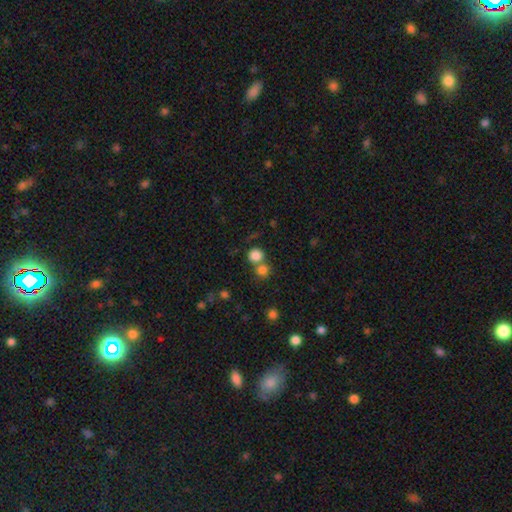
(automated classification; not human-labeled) smooth 82%, star or artifact 12%, featured or disk 6%. Down the decision tree: how rounded — round (87%); merging — none (56%).